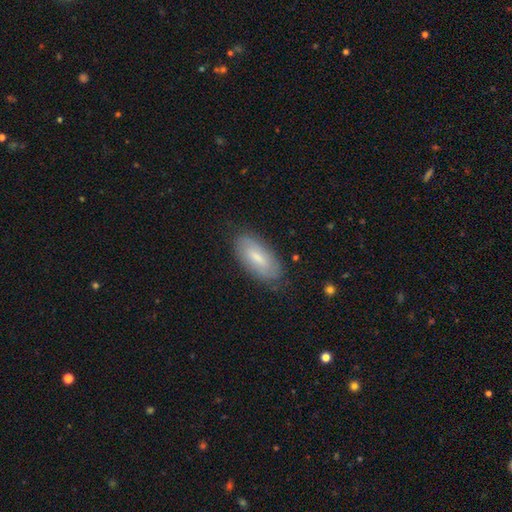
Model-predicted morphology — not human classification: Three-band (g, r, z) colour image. It shows a smooth galaxy with no disk features (61%) that is in between round and cigar-shaped (84%). Merging: none (81%).